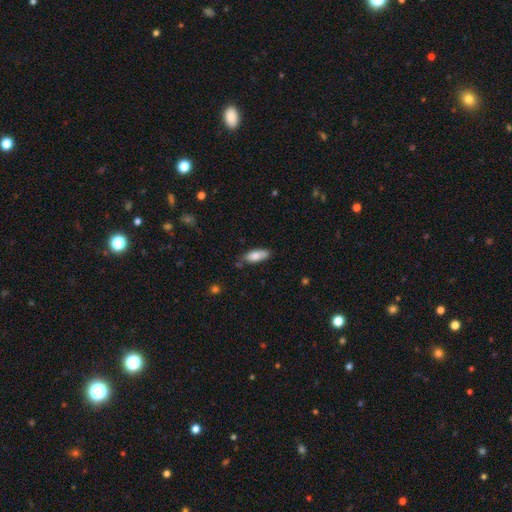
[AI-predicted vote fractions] The model was most divided on "merging": none: 68%, minor disturbance: 23%, merger: 4%, major disturbance: 4%. More confident: smooth or featured — smooth (77%); how rounded — in between (74%).